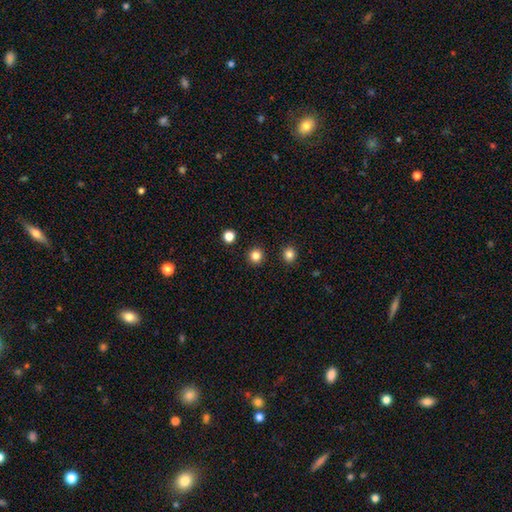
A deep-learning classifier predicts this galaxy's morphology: Smooth or featured?
  - smooth: 83% *
  - star or artifact: 14%
  - featured or disk: 3%
How rounded?
  - round: 94% *
  - in between: 5%
  - cigar-shaped: 1%
Merging?
  - none: 92% *
  - minor disturbance: 4%
  - merger: 2%
  - major disturbance: 2%